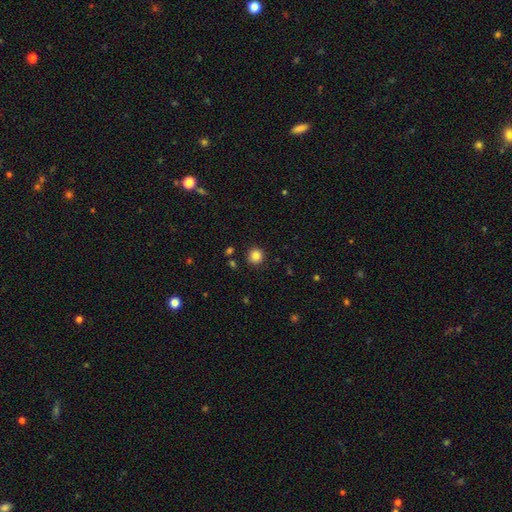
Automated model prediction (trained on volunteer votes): A smooth galaxy with no disk features (84%) that is round (94%). Merging: none (90%).